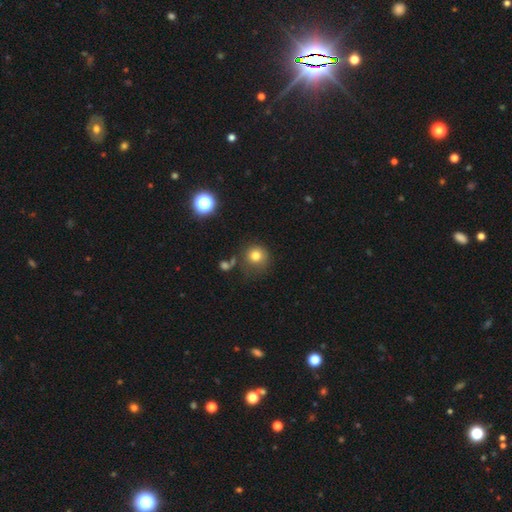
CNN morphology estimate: smooth_or_featured: smooth (p=0.78) [alt: star or artifact p=0.13]
how_rounded: round (p=0.90) [alt: in between p=0.09]
merging: none (p=0.65) [alt: minor disturbance p=0.18]